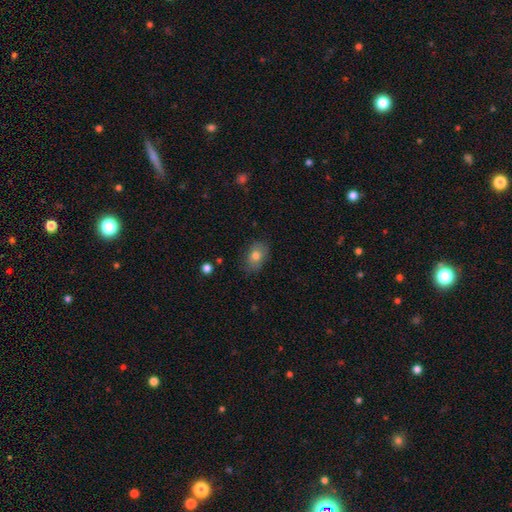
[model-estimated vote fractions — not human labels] Q: Smooth or featured?
A: smooth (77%); runner-up: featured or disk (14%)
Q: How rounded?
A: in between (80%); runner-up: round (19%)
Q: Merging?
A: none (78%); runner-up: minor disturbance (17%)